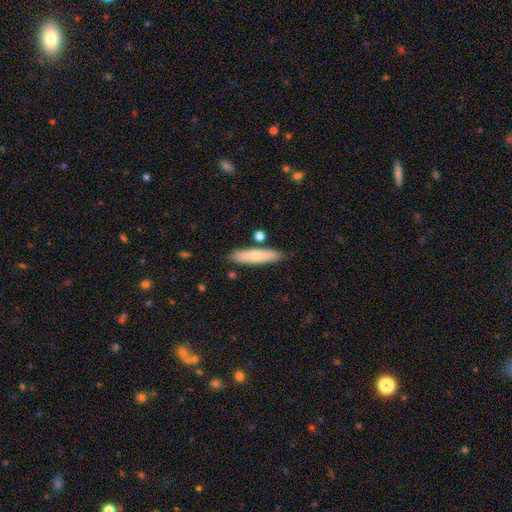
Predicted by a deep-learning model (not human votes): smooth-or-featured: smooth: 72% | featured or disk: 22% | star or artifact: 6%
  how-rounded: cigar-shaped: 82% | in between: 17% | round: 2%
  merging: none: 85% | minor disturbance: 9% | merger: 4% | major disturbance: 2%